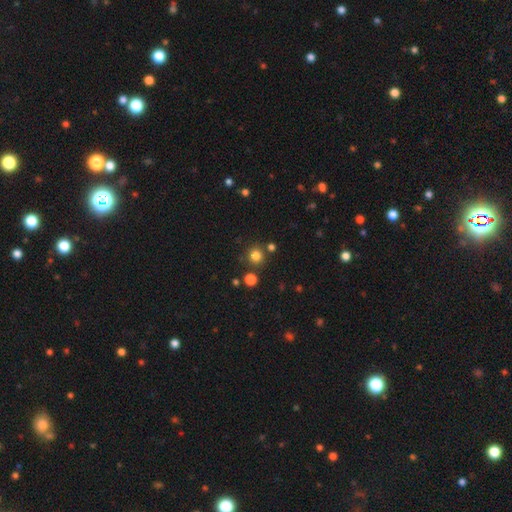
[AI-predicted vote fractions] The model was most divided on "smooth or featured": smooth: 80%, star or artifact: 15%, featured or disk: 5%. More confident: how rounded — round (93%); merging — none (82%).